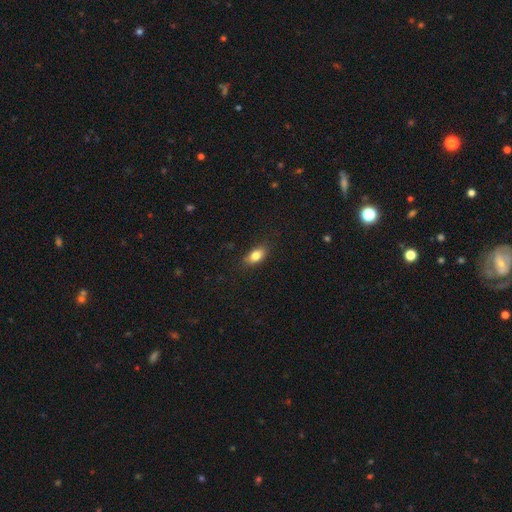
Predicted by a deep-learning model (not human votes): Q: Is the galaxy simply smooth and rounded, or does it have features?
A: smooth — 81%.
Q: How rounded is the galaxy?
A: in between — 84%.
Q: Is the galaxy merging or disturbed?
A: none — 83%.